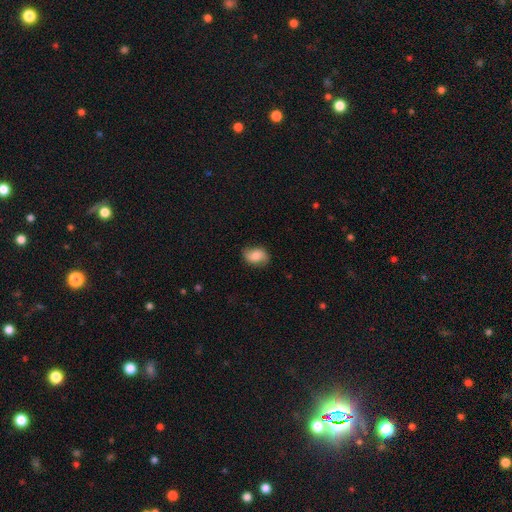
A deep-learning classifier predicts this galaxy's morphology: Smooth or featured? smooth (70%)
How rounded? in between (78%)
Merging? none (76%)